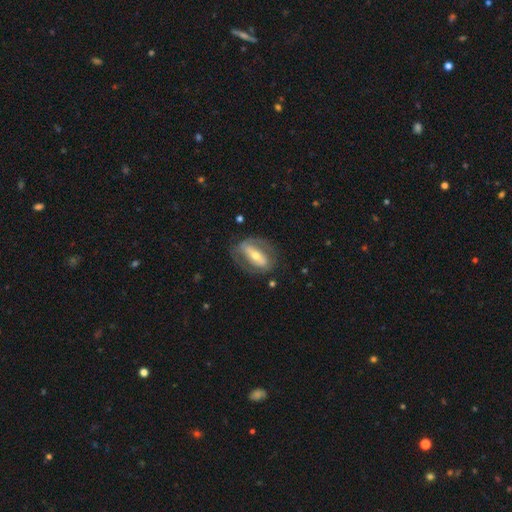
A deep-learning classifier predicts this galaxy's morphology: featured or disk 70%, smooth 24%, star or artifact 6%. Down the decision tree: edge-on disk — no (86%); bar — strong (61%); spiral arms — yes (54%); bulge size — moderate (51%); merging — none (70%).